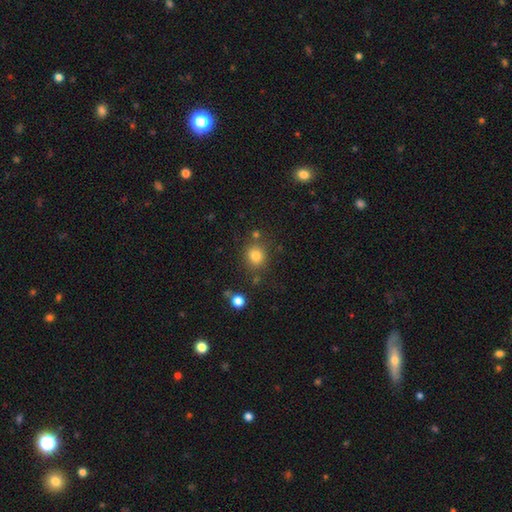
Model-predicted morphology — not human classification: smooth 80%, star or artifact 13%, featured or disk 7%. Down the decision tree: how rounded — round (80%); merging — none (78%).